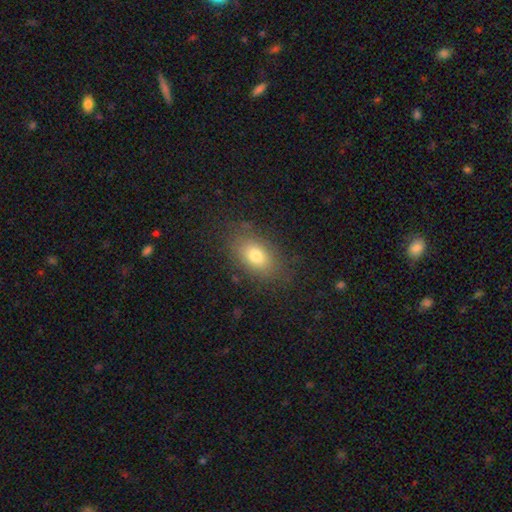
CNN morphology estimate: This is likely a smooth galaxy (76%). How rounded: clearly in between (87%). Merging: clearly none (81%).